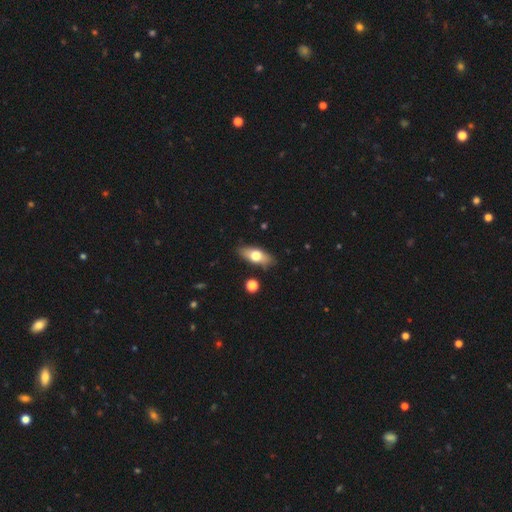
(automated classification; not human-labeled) Q: Smooth or featured?
A: smooth (62%); runner-up: featured or disk (31%)
Q: How rounded?
A: in between (74%); runner-up: cigar-shaped (21%)
Q: Merging?
A: none (84%); runner-up: minor disturbance (11%)